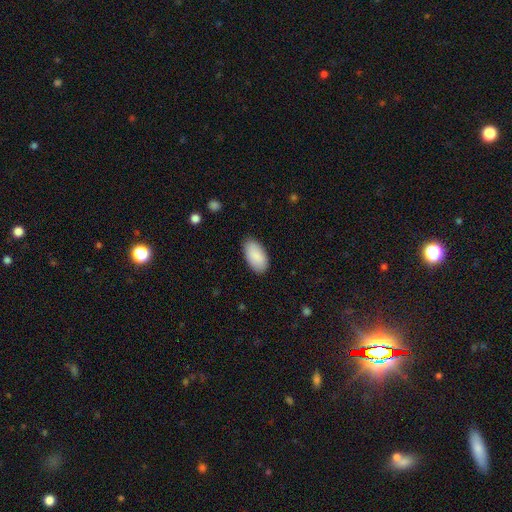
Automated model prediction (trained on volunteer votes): smooth 90%, star or artifact 6%, featured or disk 4%. Down the decision tree: how rounded — in between (96%); merging — none (86%).